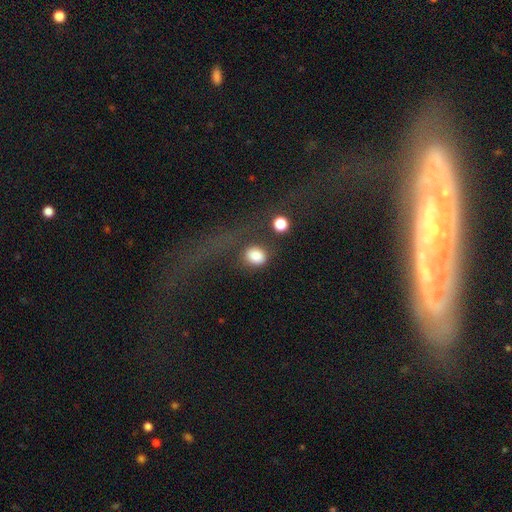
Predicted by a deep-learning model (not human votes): Smooth or featured? Predicted: smooth (p=0.84). How rounded? Predicted: round (p=0.64). Merging? Predicted: none (p=0.60).